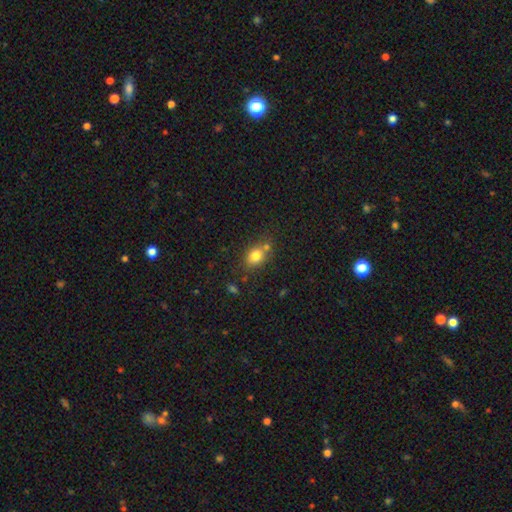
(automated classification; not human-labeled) A smooth galaxy with no disk features (79%) that is in between round and cigar-shaped (57%).

Vote fractions:
- Smooth or featured? smooth: 79% / star or artifact: 11% / featured or disk: 10%
- How rounded? in between: 57% / round: 41% / cigar-shaped: 2%
- Merging? none: 61% / merger: 18% / minor disturbance: 16% / major disturbance: 5%